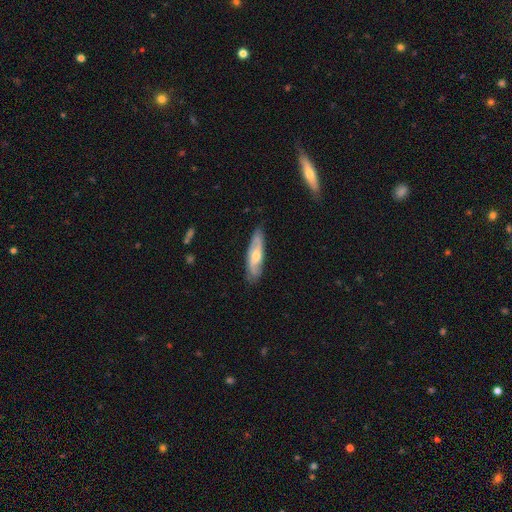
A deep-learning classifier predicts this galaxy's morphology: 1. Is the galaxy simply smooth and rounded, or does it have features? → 64% featured or disk, 31% smooth, 6% star or artifact.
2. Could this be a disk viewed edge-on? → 69% no, 31% yes.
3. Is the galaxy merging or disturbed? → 82% none, 14% minor disturbance, 3% major disturbance, 1% merger.